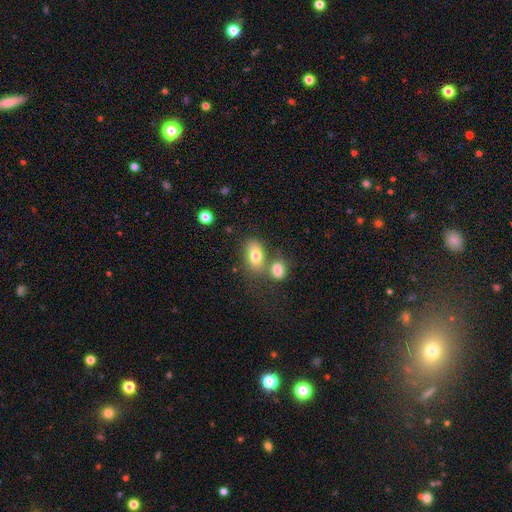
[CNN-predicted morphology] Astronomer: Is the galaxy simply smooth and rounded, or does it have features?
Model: smooth — 77%.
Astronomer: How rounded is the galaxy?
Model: in between — 87%.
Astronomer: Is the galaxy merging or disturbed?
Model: none — 48% (runner-up: merger, 33%).